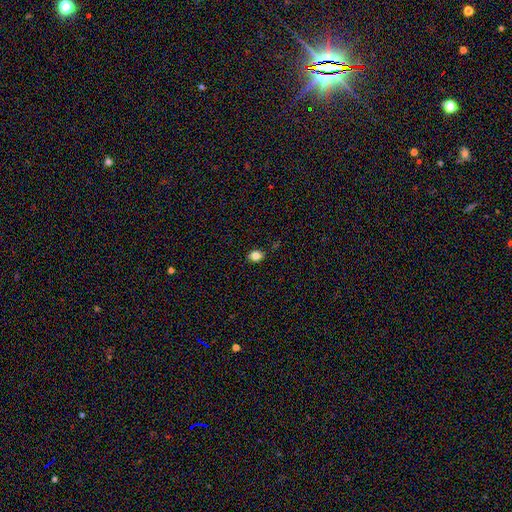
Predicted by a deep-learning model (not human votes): A smooth galaxy with no disk features (82%) that is in between round and cigar-shaped (58%). Merging: none (85%).